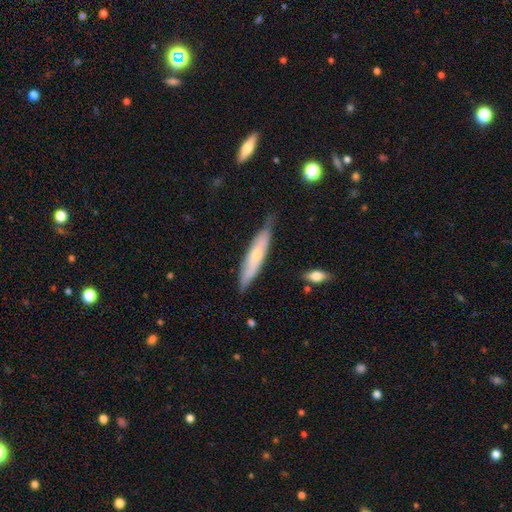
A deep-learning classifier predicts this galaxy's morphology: Q: Smooth or featured?
A: smooth (52%); runner-up: featured or disk (42%)
Q: How rounded?
A: cigar-shaped (82%); runner-up: in between (16%)
Q: Merging?
A: none (71%); runner-up: minor disturbance (23%)